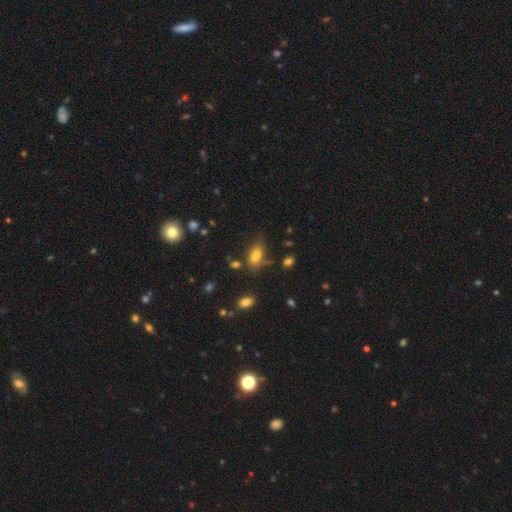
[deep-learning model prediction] Smooth or featured?
  - smooth: 78% *
  - star or artifact: 12%
  - featured or disk: 10%
How rounded?
  - in between: 88% *
  - round: 7%
  - cigar-shaped: 5%
Merging?
  - none: 62% *
  - minor disturbance: 22%
  - major disturbance: 9%
  - merger: 7%